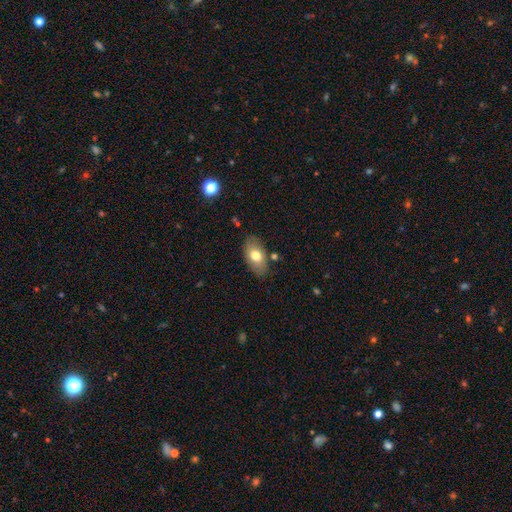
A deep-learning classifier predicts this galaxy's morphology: Smooth or featured? smooth (72%)
How rounded? in between (91%)
Merging? none (79%)